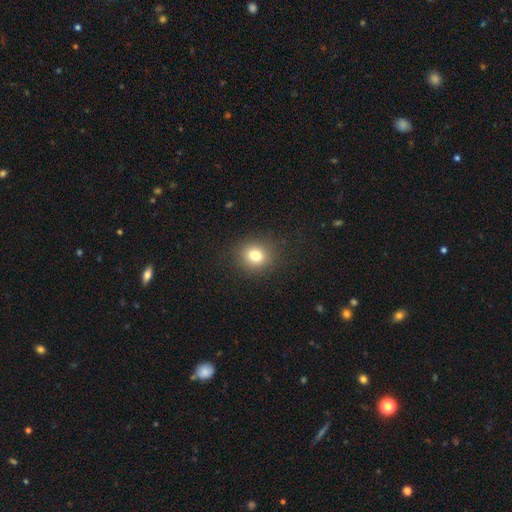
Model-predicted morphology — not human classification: Smooth or featured? smooth (79%)
How rounded? round (70%)
Merging? none (86%)